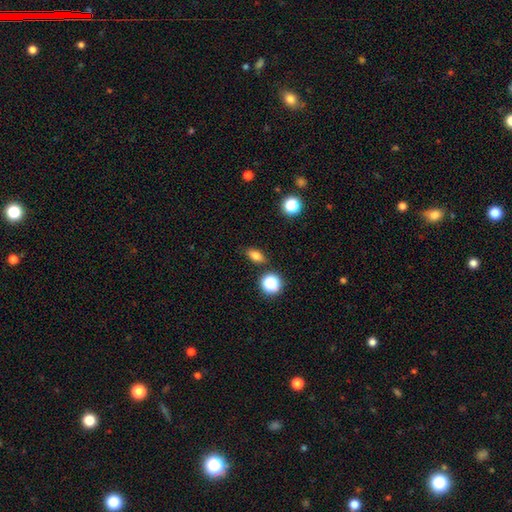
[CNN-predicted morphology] This appears to be a smooth galaxy with no disk features (78%) that is in between round and cigar-shaped (74%). Merging: none (85%).